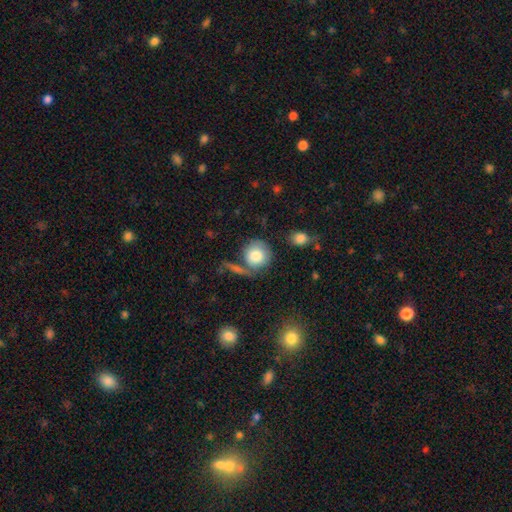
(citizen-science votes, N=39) smooth 82%, star or artifact 10%, featured or disk 8%. Down the decision tree: how rounded — round (94%); merging — none (54%).